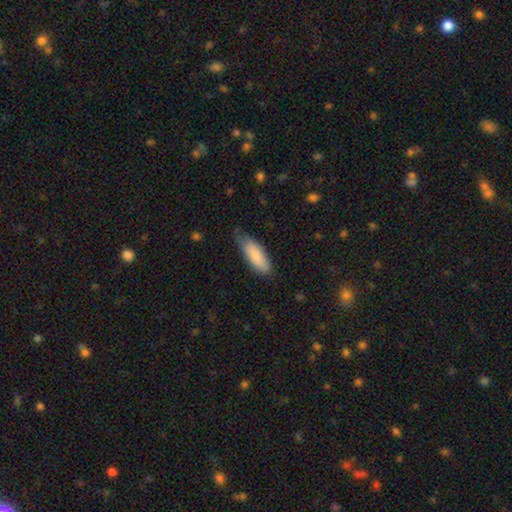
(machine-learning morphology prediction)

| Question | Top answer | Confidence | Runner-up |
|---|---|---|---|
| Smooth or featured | smooth | 84% | featured or disk (10%) |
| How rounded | in between | 70% | cigar-shaped (28%) |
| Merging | none | 63% | minor disturbance (31%) |